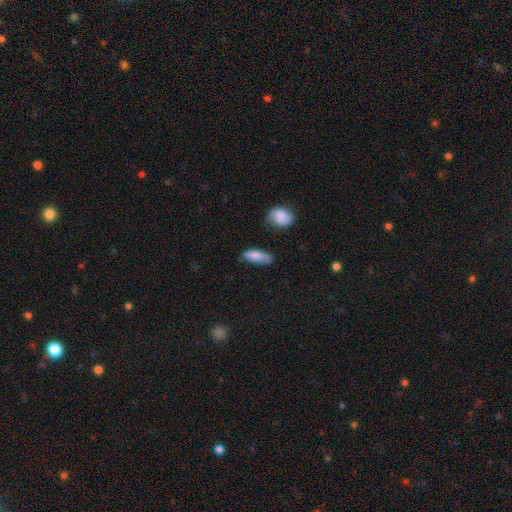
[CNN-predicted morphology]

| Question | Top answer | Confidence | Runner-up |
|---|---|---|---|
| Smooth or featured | smooth | 78% | featured or disk (15%) |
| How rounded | in between | 70% | cigar-shaped (28%) |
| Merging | none | 57% | minor disturbance (31%) |